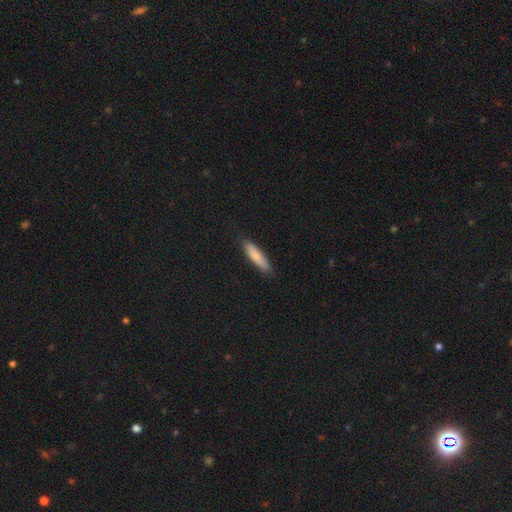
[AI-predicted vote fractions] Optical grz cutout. It shows a smooth galaxy with no disk features (80%) that is cigar-shaped (72%). Merging: none (86%).